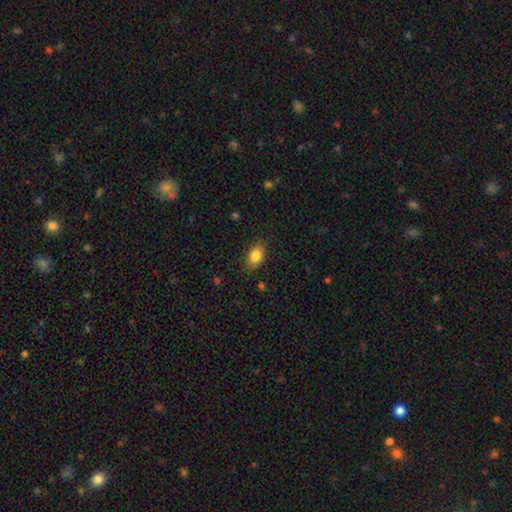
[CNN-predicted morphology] smooth 85%, star or artifact 8%, featured or disk 7%. Down the decision tree: how rounded — in between (85%); merging — none (84%).